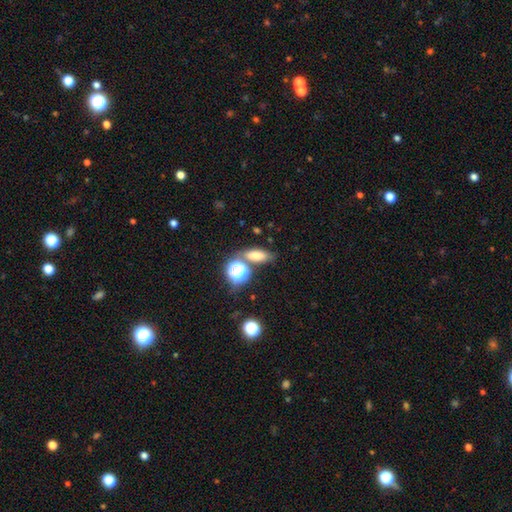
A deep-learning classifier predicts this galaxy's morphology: smooth-or-featured: smooth: 70% | star or artifact: 18% | featured or disk: 13%
  how-rounded: in between: 64% | cigar-shaped: 19% | round: 17%
  merging: none: 68% | merger: 15% | minor disturbance: 12% | major disturbance: 5%